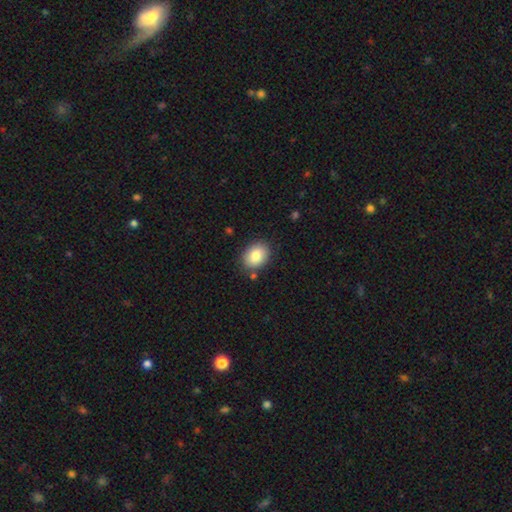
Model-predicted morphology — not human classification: Smooth or featured: smooth — 85% (featured or disk — 8%)
How rounded: in between — 71% (round — 28%)
Merging: none — 84% (minor disturbance — 11%)